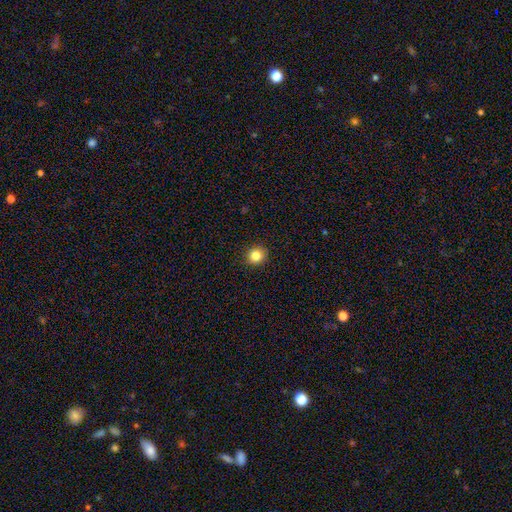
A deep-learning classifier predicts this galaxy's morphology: Smooth or featured? Predicted: smooth (p=0.83). How rounded? Predicted: round (p=0.89). Merging? Predicted: none (p=0.92).